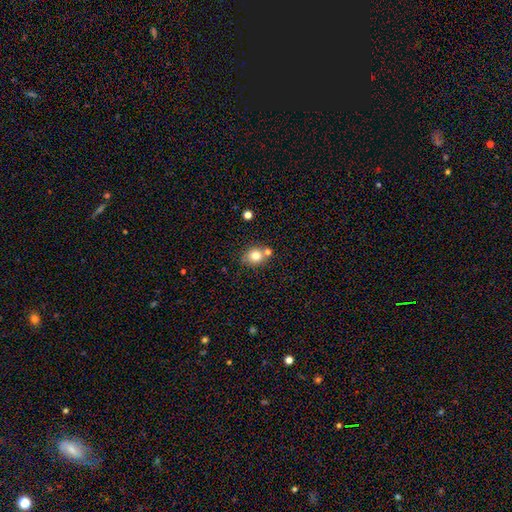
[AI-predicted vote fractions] Overall: smooth (78%). How rounded: round (67%; in between 32%). Merging: none (63%).